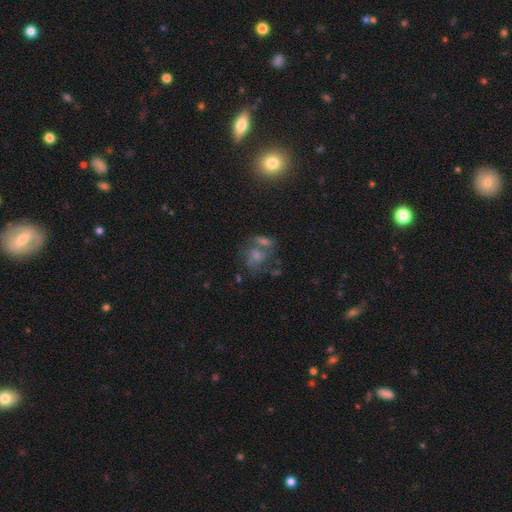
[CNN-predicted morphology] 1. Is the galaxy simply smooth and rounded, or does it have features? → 49% featured or disk, 28% smooth, 23% star or artifact.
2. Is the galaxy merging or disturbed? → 49% none, 26% merger, 13% minor disturbance, 12% major disturbance.